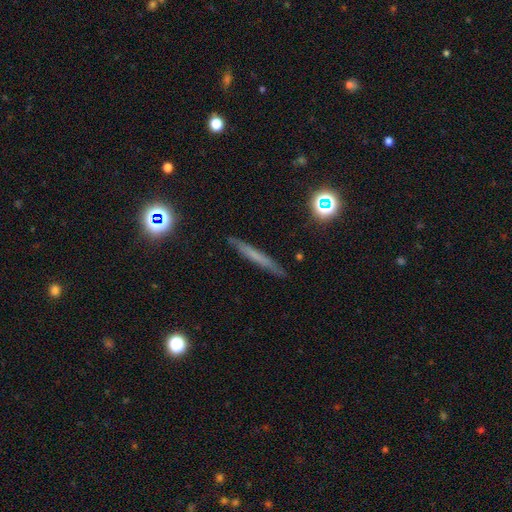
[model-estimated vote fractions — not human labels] A smooth galaxy with no disk features (50%) that is cigar-shaped (94%).

Vote fractions:
- Smooth or featured? smooth: 50% / featured or disk: 38% / star or artifact: 12%
- How rounded? cigar-shaped: 94% / round: 3% / in between: 3%
- Merging? none: 89% / minor disturbance: 8% / major disturbance: 2% / merger: 1%